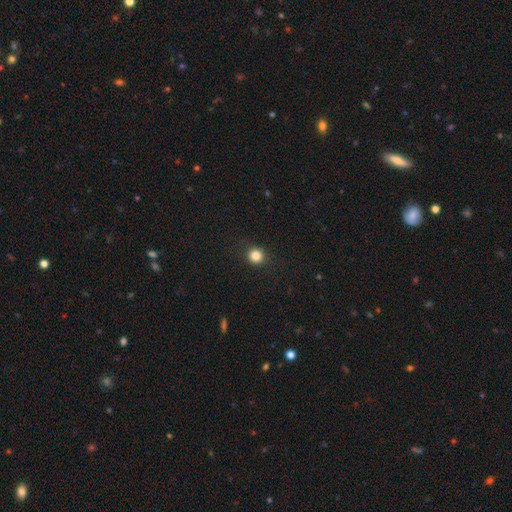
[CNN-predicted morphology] Smooth or featured: smooth — 84% (star or artifact — 12%)
How rounded: round — 92% (in between — 7%)
Merging: none — 90% (minor disturbance — 6%)